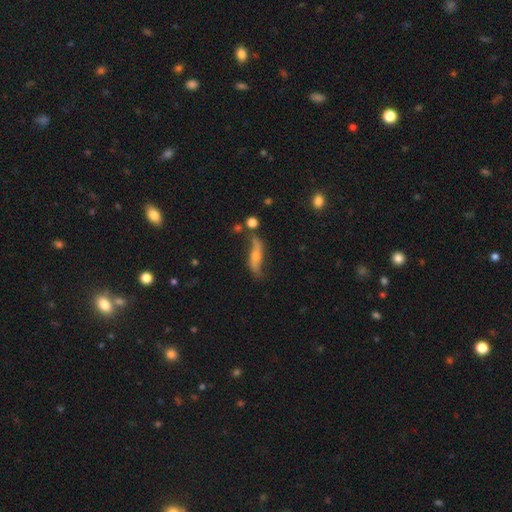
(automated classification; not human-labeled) featured or disk 67%, smooth 24%, star or artifact 9%. Down the decision tree: edge-on disk — no (60%); merging — none (60%).